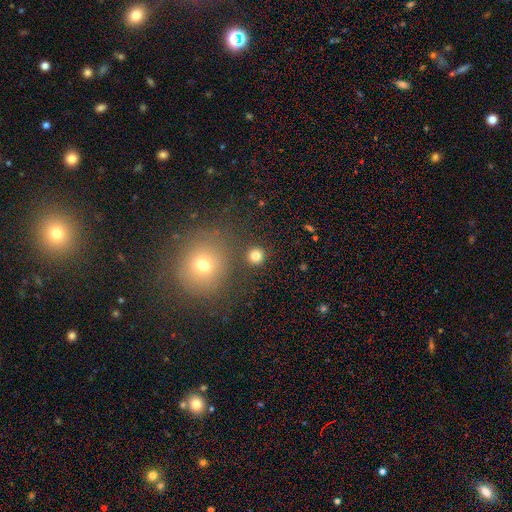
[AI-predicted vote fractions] The model was most divided on "smooth or featured": smooth: 80%, star or artifact: 14%, featured or disk: 6%. More confident: how rounded — round (93%); merging — none (86%).